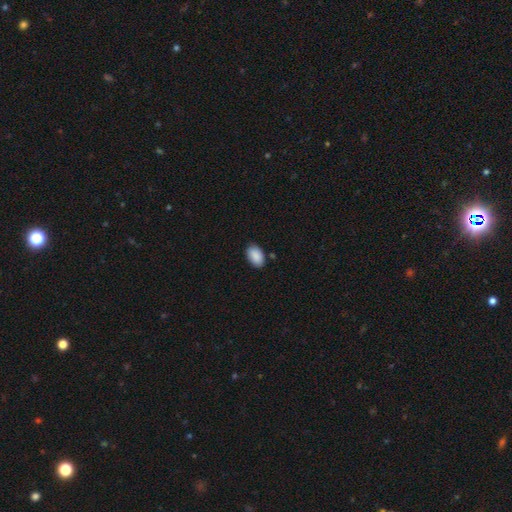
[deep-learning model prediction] This appears to be a smooth galaxy with no disk features (90%) that is in between round and cigar-shaped (92%). Merging: none (85%).